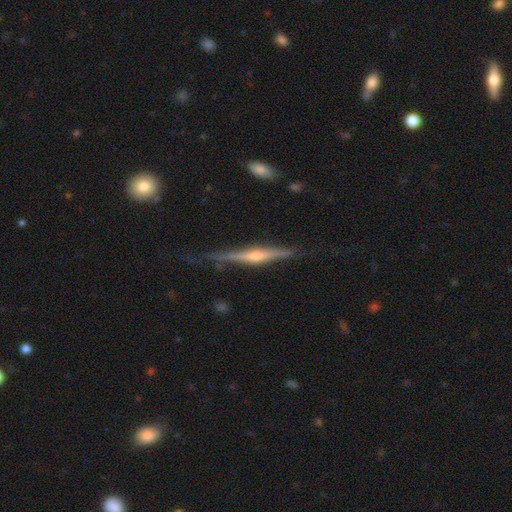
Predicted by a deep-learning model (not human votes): Q: Smooth or featured?
A: featured or disk (77%); runner-up: smooth (17%)
Q: Edge-on disk?
A: yes (97%); runner-up: no (3%)
Q: Edge-on bulge?
A: rounded (83%); runner-up: none (10%)
Q: Merging?
A: none (76%); runner-up: minor disturbance (18%)